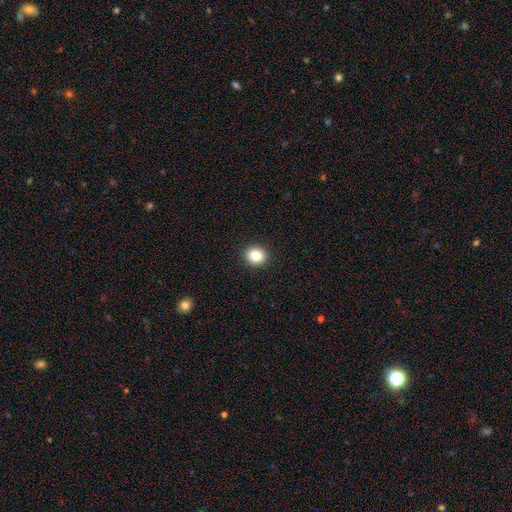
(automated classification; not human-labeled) A smooth galaxy with no disk features (83%) that is round (84%).

Vote fractions:
- Smooth or featured? smooth: 83% / star or artifact: 11% / featured or disk: 6%
- How rounded? round: 84% / in between: 15% / cigar-shaped: 1%
- Merging? none: 93% / minor disturbance: 5% / major disturbance: 2% / merger: 1%